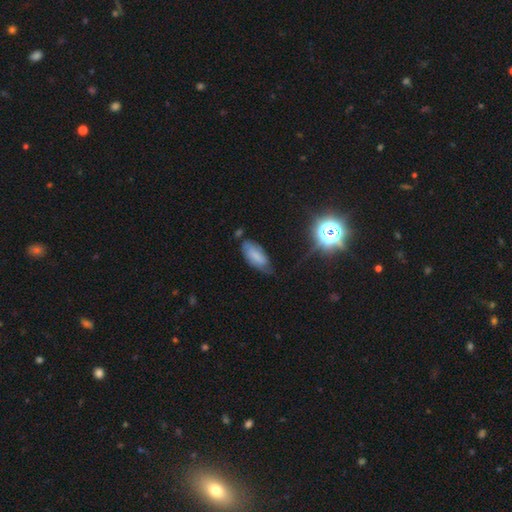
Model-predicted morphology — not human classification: Smooth or featured: smooth — 61% (featured or disk — 27%)
How rounded: in between — 86% (cigar-shaped — 11%)
Merging: none — 55% (minor disturbance — 32%)